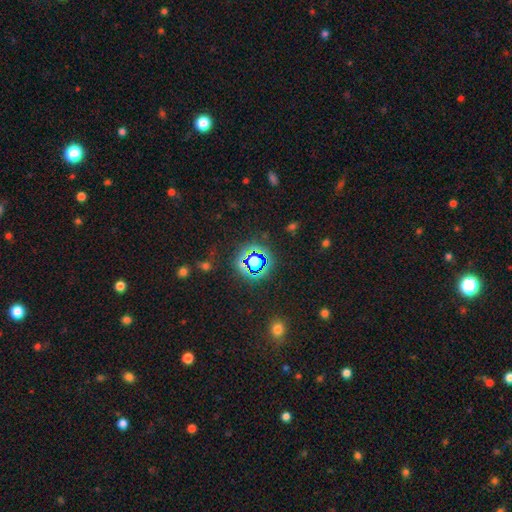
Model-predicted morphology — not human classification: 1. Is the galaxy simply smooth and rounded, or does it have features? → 68% star or artifact, 23% smooth, 9% featured or disk.